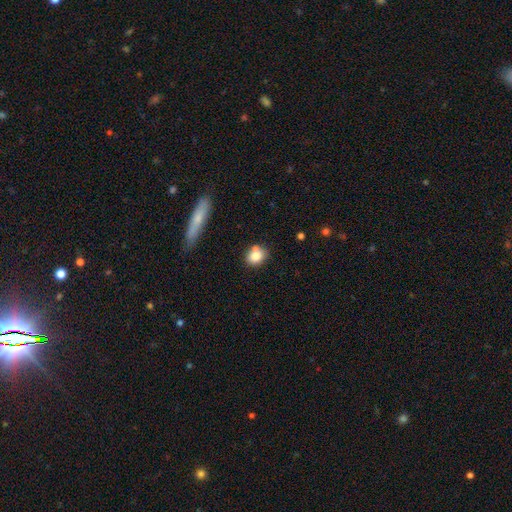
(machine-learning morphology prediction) Smooth or featured?
  - smooth: 81% *
  - featured or disk: 10%
  - star or artifact: 9%
How rounded?
  - round: 57% *
  - in between: 41%
  - cigar-shaped: 2%
Merging?
  - none: 64% *
  - merger: 17%
  - minor disturbance: 15%
  - major disturbance: 4%